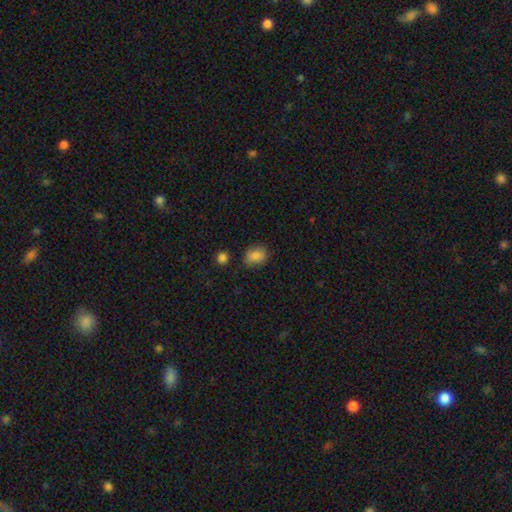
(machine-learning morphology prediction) smooth-or-featured: smooth: 86% | star or artifact: 9% | featured or disk: 5%
  how-rounded: in between: 51% | round: 48% | cigar-shaped: 1%
  merging: none: 77% | minor disturbance: 16% | major disturbance: 4% | merger: 3%